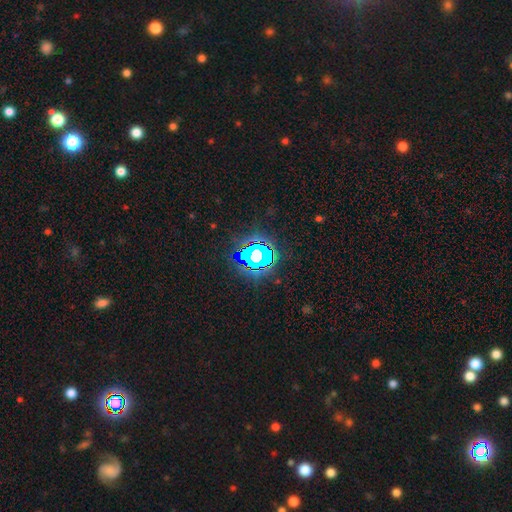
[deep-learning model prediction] Morphology: type=star or artifact (83%).